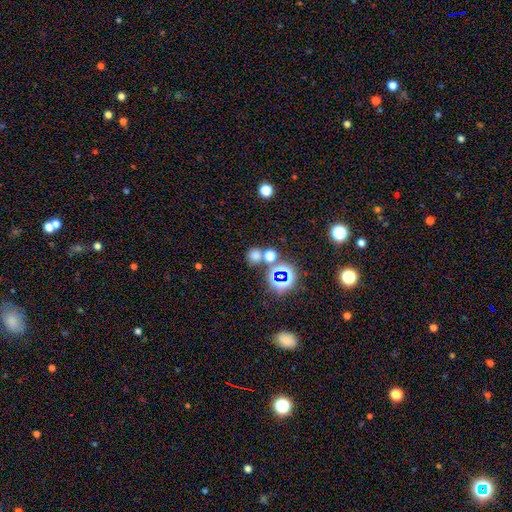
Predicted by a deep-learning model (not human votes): A smooth galaxy with no disk features (62%) that is round (85%).

Vote fractions:
- Smooth or featured? smooth: 62% / star or artifact: 31% / featured or disk: 7%
- How rounded? round: 85% / in between: 13% / cigar-shaped: 1%
- Merging? none: 66% / merger: 23% / minor disturbance: 8% / major disturbance: 4%